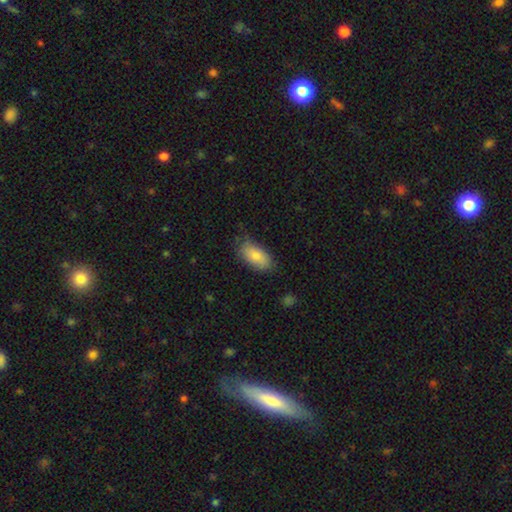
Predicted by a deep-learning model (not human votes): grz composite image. It shows a smooth galaxy with no disk features (80%) that is in between round and cigar-shaped (92%). Merging: none (73%).